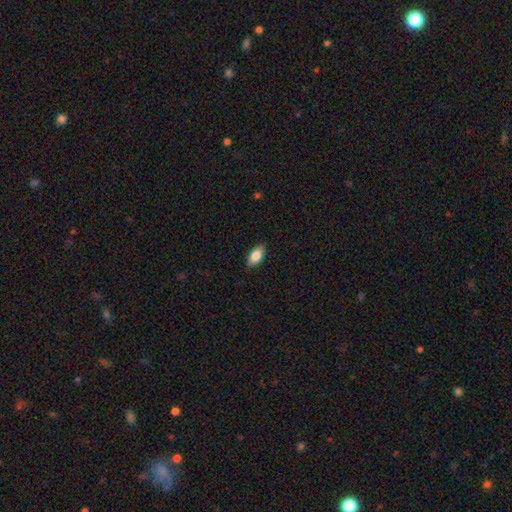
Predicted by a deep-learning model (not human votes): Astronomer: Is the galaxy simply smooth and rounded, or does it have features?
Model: smooth — 85%.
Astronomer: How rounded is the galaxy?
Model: in between — 90%.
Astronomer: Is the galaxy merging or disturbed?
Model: none — 87%.